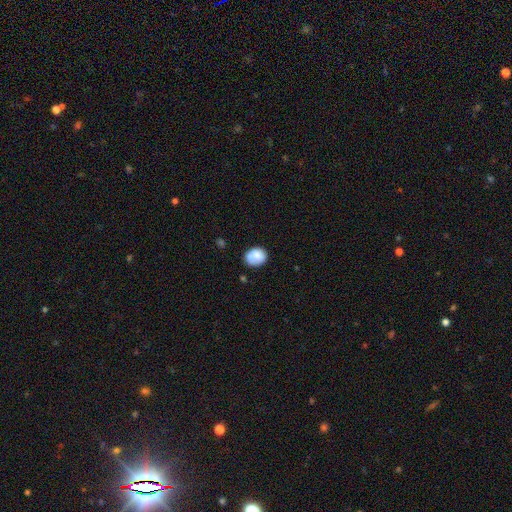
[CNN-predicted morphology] A smooth galaxy with no disk features (82%) that is in between round and cigar-shaped (50%, tied with round).

Vote fractions:
- Smooth or featured? smooth: 82% / featured or disk: 10% / star or artifact: 8%
- How rounded? in between: 50% (tied) / round: 50% (tied) / cigar-shaped: 1%
- Merging? none: 67% / minor disturbance: 23% / major disturbance: 6% / merger: 4%